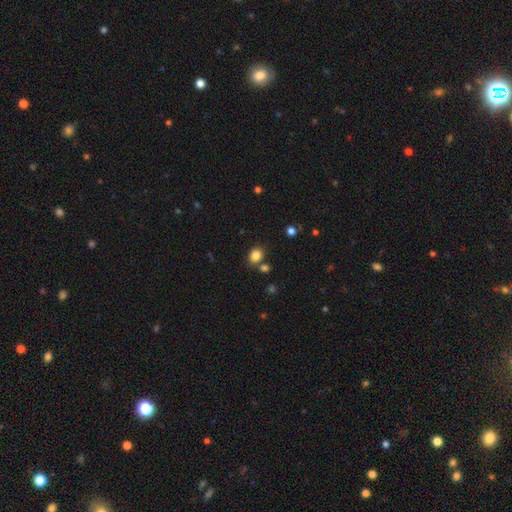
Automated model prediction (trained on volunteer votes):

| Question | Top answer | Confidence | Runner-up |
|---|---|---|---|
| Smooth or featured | smooth | 84% | star or artifact (11%) |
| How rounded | round | 51% | in between (48%) |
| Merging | none | 76% | merger (11%) |